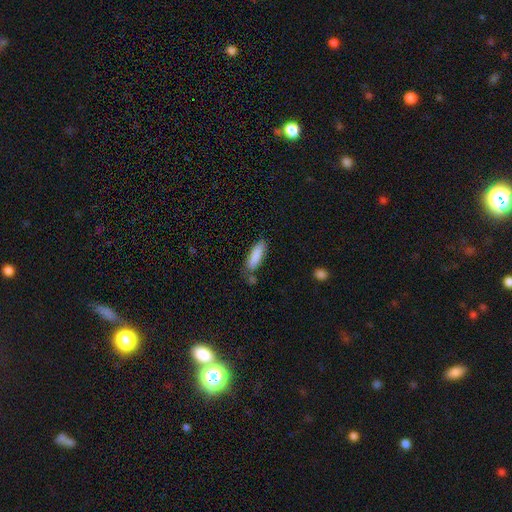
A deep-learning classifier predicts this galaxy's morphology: Smooth or featured?
  - smooth: 87% *
  - featured or disk: 7%
  - star or artifact: 6%
How rounded?
  - in between: 50% *
  - cigar-shaped: 49%
  - round: 2%
Merging?
  - none: 70% *
  - minor disturbance: 18%
  - merger: 8%
  - major disturbance: 4%